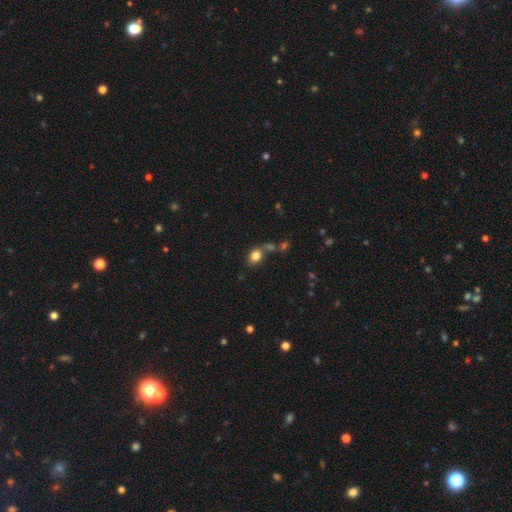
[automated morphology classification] A smooth galaxy with no disk features (83%) that is in between round and cigar-shaped (61%). Merging: none (61%).